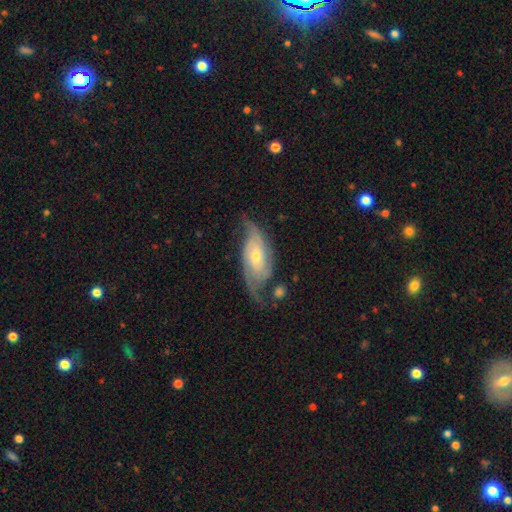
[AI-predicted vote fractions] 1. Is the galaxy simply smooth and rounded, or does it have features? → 78% featured or disk, 17% smooth, 6% star or artifact.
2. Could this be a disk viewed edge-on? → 91% no, 9% yes.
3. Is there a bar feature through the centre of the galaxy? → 63% no, 30% weak, 8% strong.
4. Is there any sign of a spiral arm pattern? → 92% yes, 8% no.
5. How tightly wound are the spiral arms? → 38% medium, 34% loose, 28% tight.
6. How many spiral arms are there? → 66% 2, 16% can't tell, 8% 3, 5% 1, 3% 4, 2% more than 4.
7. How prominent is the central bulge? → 56% moderate, 39% small, 3% large, 1% none, 1% dominant.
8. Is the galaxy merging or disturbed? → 52% none, 25% minor disturbance, 19% major disturbance, 5% merger.